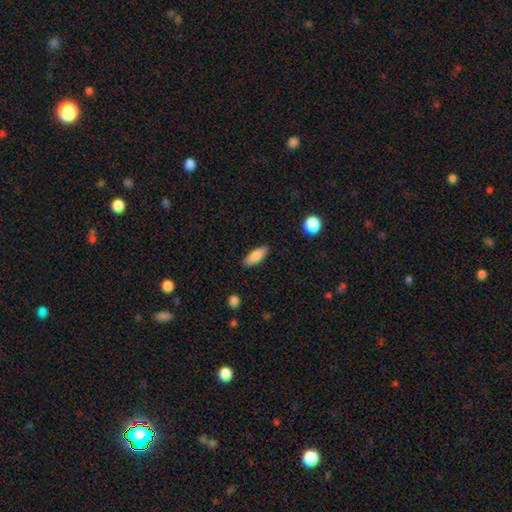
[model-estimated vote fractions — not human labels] The model was most divided on "how rounded": in between: 68%, cigar-shaped: 30%, round: 2%. More confident: merging — none (87%); smooth or featured — smooth (83%).